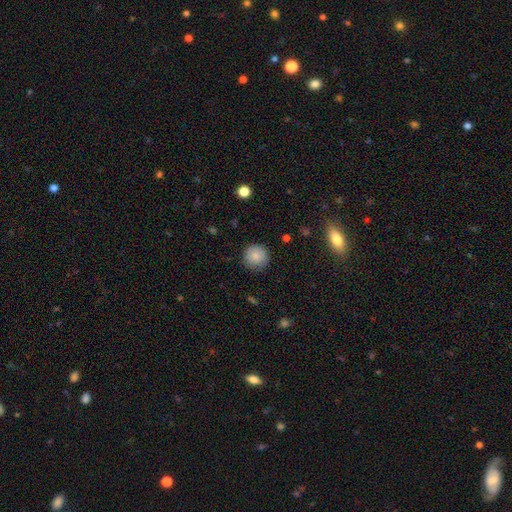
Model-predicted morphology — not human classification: smooth_or_featured: smooth (p=0.85) [alt: star or artifact p=0.08]
how_rounded: round (p=0.93) [alt: in between p=0.06]
merging: none (p=0.85) [alt: minor disturbance p=0.11]